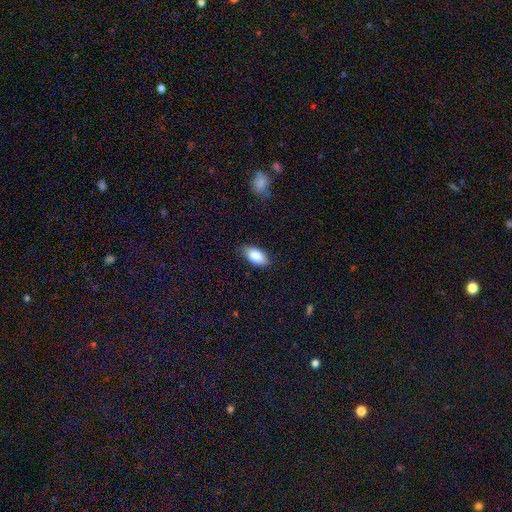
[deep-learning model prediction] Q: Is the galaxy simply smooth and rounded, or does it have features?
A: smooth — 83%.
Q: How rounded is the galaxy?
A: in between — 92%.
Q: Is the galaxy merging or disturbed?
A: none — 84%.